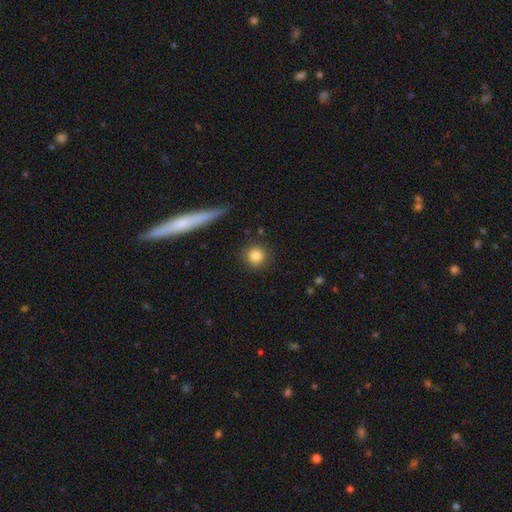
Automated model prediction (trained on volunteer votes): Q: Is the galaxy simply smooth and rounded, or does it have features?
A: smooth — 84%.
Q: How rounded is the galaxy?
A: round — 93%.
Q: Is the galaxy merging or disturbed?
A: none — 88%.